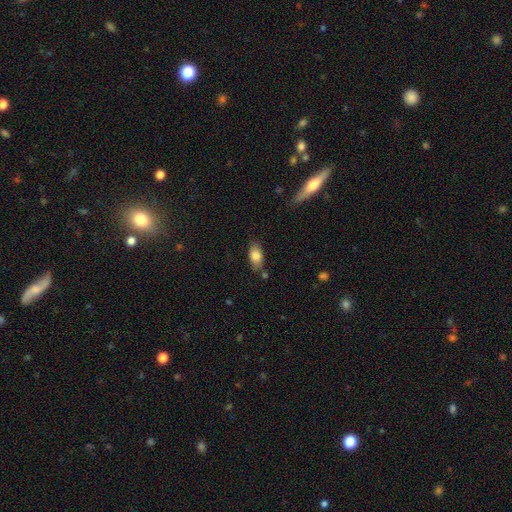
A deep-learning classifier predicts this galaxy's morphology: This is clearly a smooth galaxy (81%). How rounded: clearly in between (88%). Merging: likely none (76%).